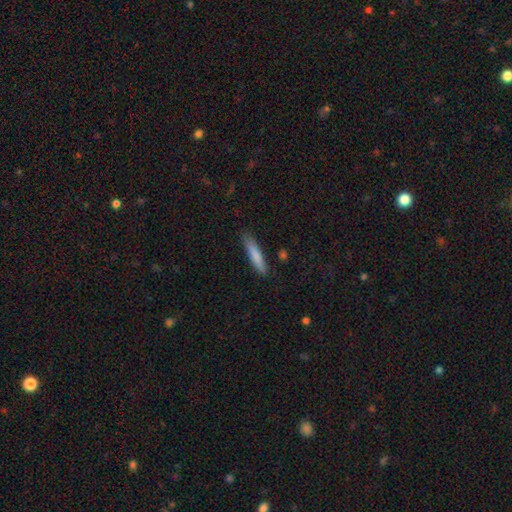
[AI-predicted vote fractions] Smooth or featured? smooth (80%)
How rounded? cigar-shaped (89%)
Merging? none (84%)